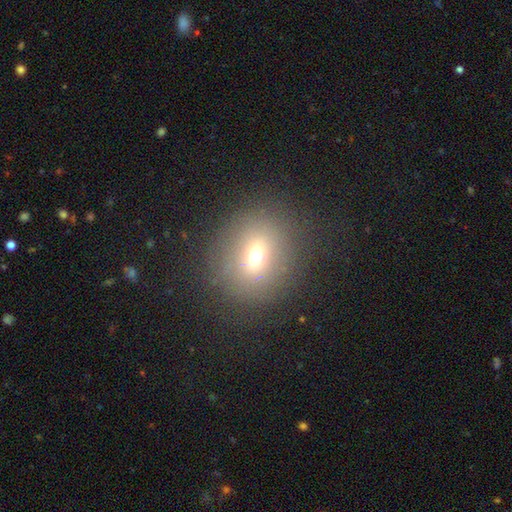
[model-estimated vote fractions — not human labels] A smooth galaxy with no disk features (62%) that is round (68%).

Vote fractions:
- Smooth or featured? smooth: 62% / star or artifact: 19% / featured or disk: 19%
- How rounded? round: 68% / in between: 31% / cigar-shaped: 2%
- Merging? none: 82% / minor disturbance: 10% / major disturbance: 6% / merger: 2%